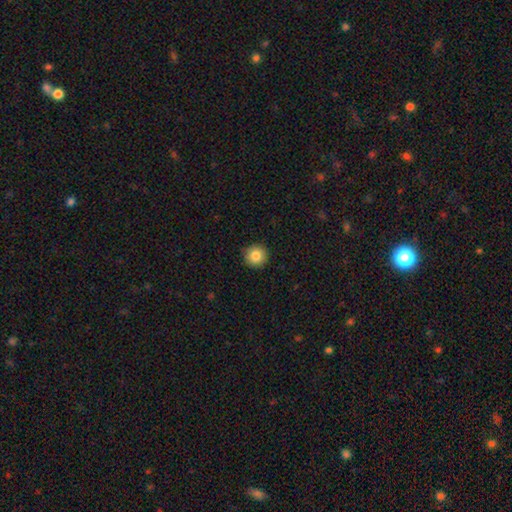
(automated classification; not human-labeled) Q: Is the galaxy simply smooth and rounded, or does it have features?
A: smooth — 84%.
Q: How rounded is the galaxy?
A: round — 95%.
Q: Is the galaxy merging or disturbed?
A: none — 92%.